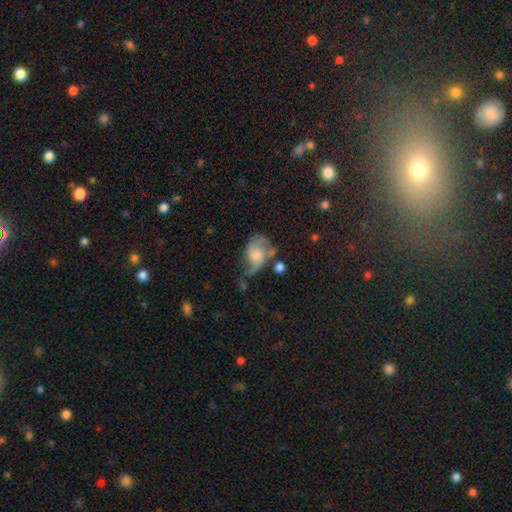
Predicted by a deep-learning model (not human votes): Smooth or featured?
  - featured or disk: 66% *
  - smooth: 25%
  - star or artifact: 9%
Edge-on disk?
  - no: 97% *
  - yes: 3%
Bar?
  - no: 67% *
  - weak: 28%
  - strong: 5%
Spiral arms?
  - yes: 86% *
  - no: 14%
Spiral winding?
  - loose: 53% *
  - medium: 36%
  - tight: 11%
Spiral arm count?
  - 2: 71% *
  - 1: 10%
  - can't tell: 10%
  - 3: 5%
  - 4: 2%
  - more than 4: 2%
Bulge size?
  - moderate: 34% *
  - small: 23%
  - none: 22%
  - large: 17%
  - dominant: 3%
Merging?
  - none: 34% *
  - major disturbance: 29%
  - minor disturbance: 27%
  - merger: 10%